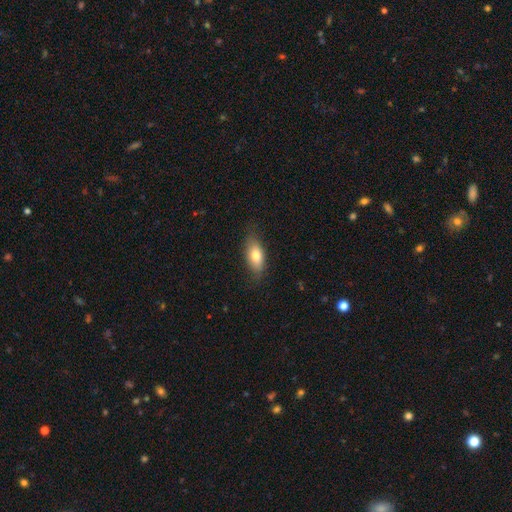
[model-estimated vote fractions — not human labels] Smooth or featured?
  - smooth: 75% *
  - featured or disk: 18%
  - star or artifact: 7%
How rounded?
  - in between: 85% *
  - cigar-shaped: 11%
  - round: 4%
Merging?
  - none: 76% *
  - minor disturbance: 19%
  - major disturbance: 4%
  - merger: 1%